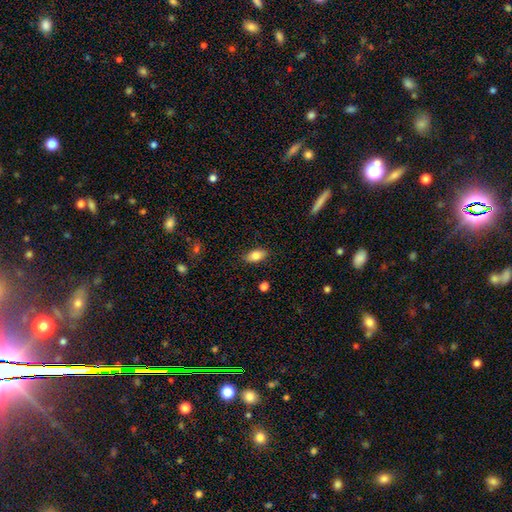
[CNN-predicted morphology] This appears to be a smooth galaxy with no disk features (79%) that is in between round and cigar-shaped (87%). Merging: none (86%).